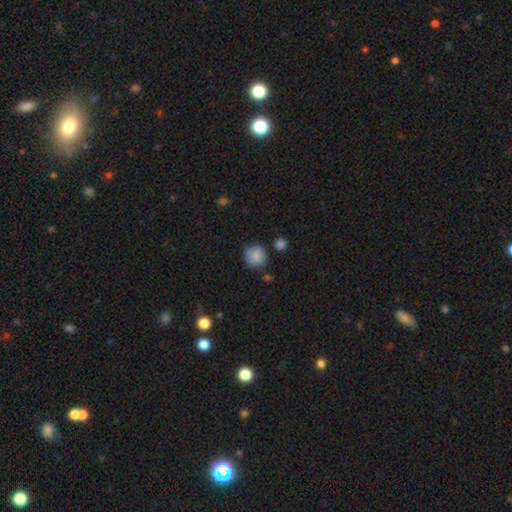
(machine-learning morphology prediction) smooth-or-featured: smooth: 87% | star or artifact: 8% | featured or disk: 5%
  how-rounded: round: 91% | in between: 8% | cigar-shaped: 1%
  merging: none: 77% | minor disturbance: 15% | merger: 5% | major disturbance: 3%